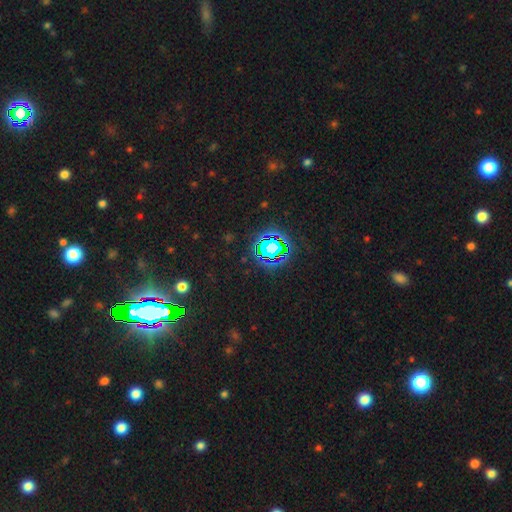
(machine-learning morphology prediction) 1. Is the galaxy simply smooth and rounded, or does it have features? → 82% star or artifact, 11% smooth, 7% featured or disk.